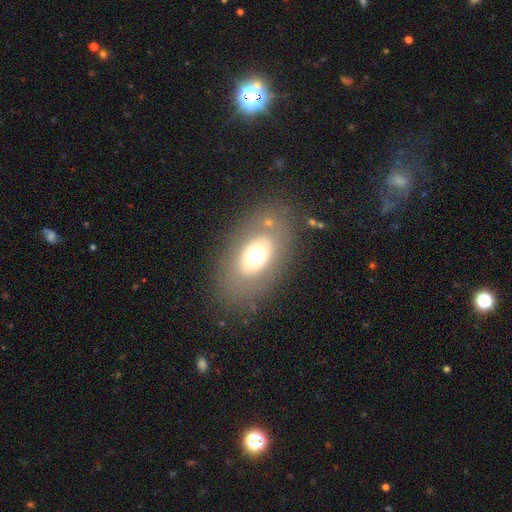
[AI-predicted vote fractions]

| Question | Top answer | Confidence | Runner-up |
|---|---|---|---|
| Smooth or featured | smooth | 60% | featured or disk (28%) |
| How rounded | in between | 83% | round (15%) |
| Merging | none | 81% | minor disturbance (10%) |